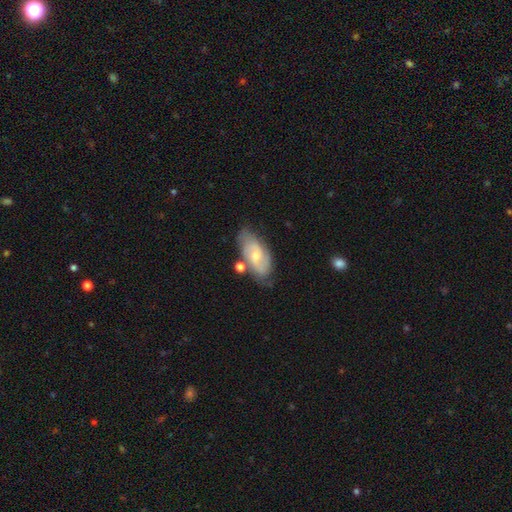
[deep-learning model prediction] A featured or disk galaxy (63%) with no bar (46%), 2 (73%) medium (45%) spiral arms (85%) and a small central bulge (50%).

Vote fractions:
- Smooth or featured? featured or disk: 63% / smooth: 31% / star or artifact: 6%
- Edge-on disk? no: 93% / yes: 7%
- Bar? no: 46% / weak: 45% / strong: 9%
- Spiral arms? yes: 85% / no: 15%
- Spiral winding? medium: 45% / tight: 33% / loose: 22%
- Spiral arm count? 2: 73% / can't tell: 18% / 3: 4% / 1: 2% / 4: 1% / more than 4: 1%
- Bulge size? small: 50% / moderate: 45% / none: 2% / large: 2% / dominant: 1%
- Merging? none: 65% / minor disturbance: 20% / merger: 9% / major disturbance: 5%